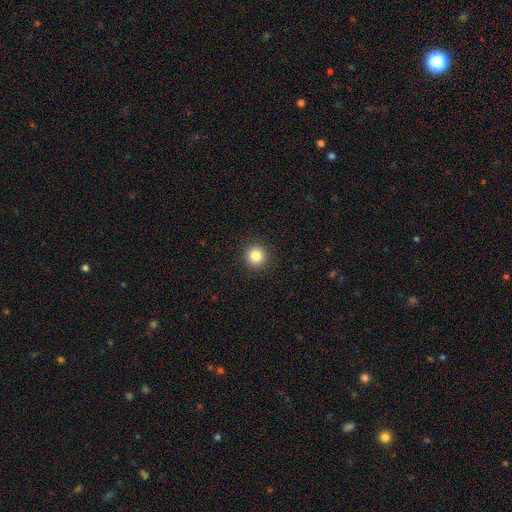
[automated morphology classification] Smooth or featured?
  - smooth: 85% *
  - star or artifact: 10%
  - featured or disk: 5%
How rounded?
  - round: 94% *
  - in between: 5%
  - cigar-shaped: 1%
Merging?
  - none: 92% *
  - minor disturbance: 5%
  - major disturbance: 2%
  - merger: 1%